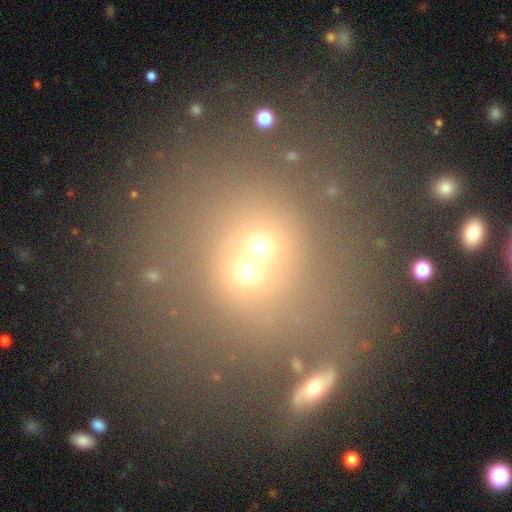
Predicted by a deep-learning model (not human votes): Smooth or featured? Predicted: smooth (p=0.57). How rounded? Predicted: round (p=0.82). Merging? Predicted: merger (p=0.47).